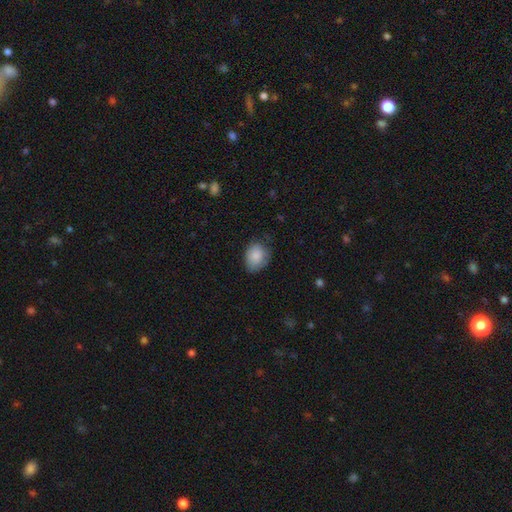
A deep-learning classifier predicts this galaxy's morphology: This is clearly a smooth galaxy (85%). How rounded: likely in between (62%). Merging: likely none (62%).